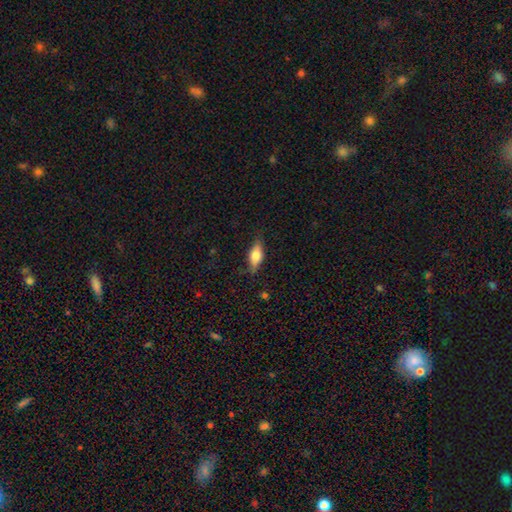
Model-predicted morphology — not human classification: type=smooth (67%); roundness=in between (75%); merging=none (75%).